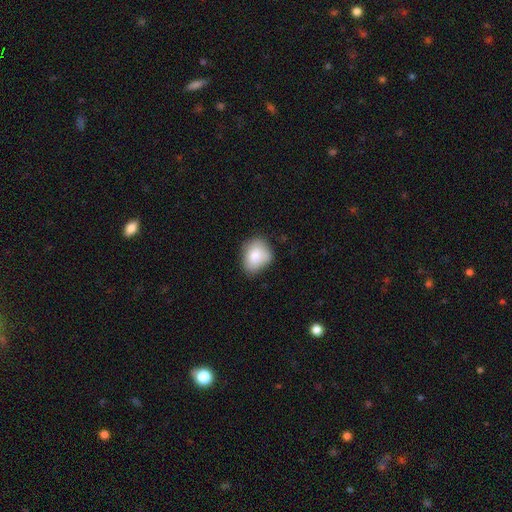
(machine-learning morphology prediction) Smooth or featured: smooth — 82% (featured or disk — 10%)
How rounded: in between — 55% (round — 44%)
Merging: none — 65% (minor disturbance — 28%)